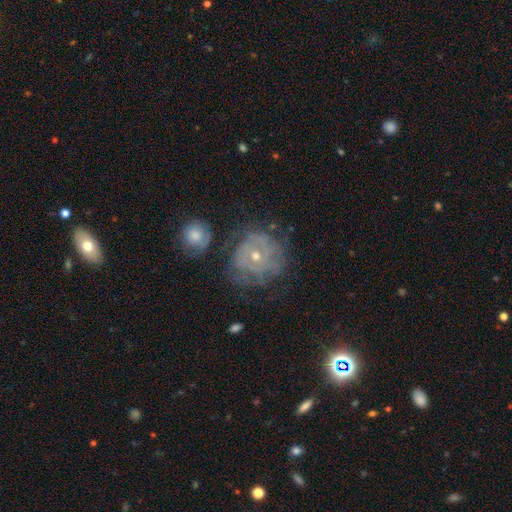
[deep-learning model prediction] A featured or disk galaxy (73%) with no bar (77%), tight (69%) spiral arms (82%) and a small central bulge (55%). Merging: none (66%).